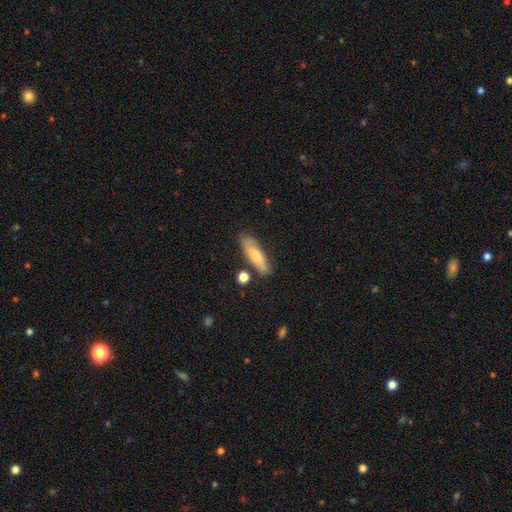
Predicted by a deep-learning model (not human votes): A smooth galaxy with no disk features (66%) that is cigar-shaped (60%).

Vote fractions:
- Smooth or featured? smooth: 66% / featured or disk: 27% / star or artifact: 7%
- How rounded? cigar-shaped: 60% / in between: 37% / round: 3%
- Merging? none: 74% / minor disturbance: 16% / merger: 6% / major disturbance: 3%